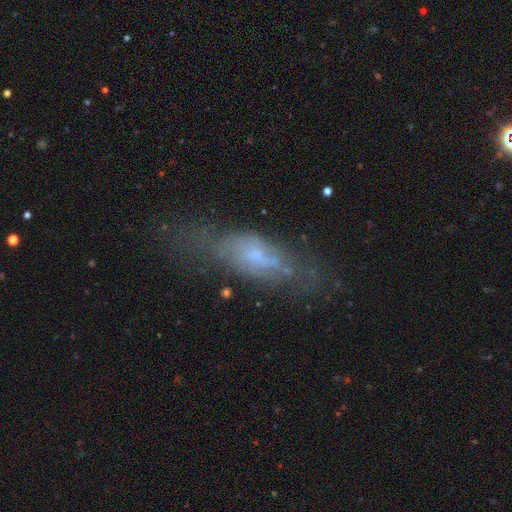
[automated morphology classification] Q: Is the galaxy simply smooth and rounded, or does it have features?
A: featured or disk — 45%.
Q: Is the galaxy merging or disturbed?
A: none — 43%.